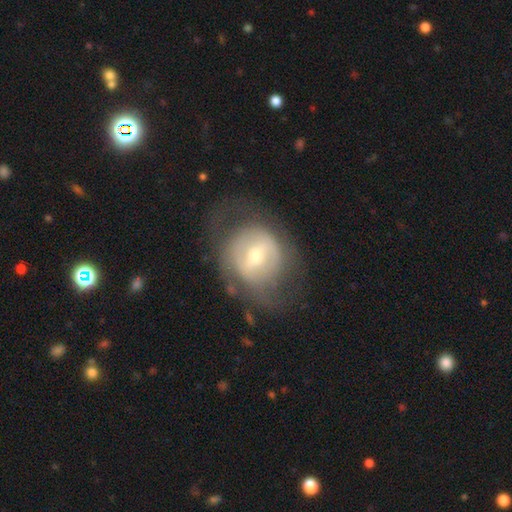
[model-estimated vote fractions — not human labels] smooth-or-featured: featured or disk: 64% | smooth: 28% | star or artifact: 8%
  disk-edge-on: no: 95% | yes: 5%
    bar: weak: 42% | strong: 31% | no: 27%
    has-spiral-arms: no: 55% | yes: 45%
    bulge-size: moderate: 47% (tied) | small: 47% (tied) | large: 4% | dominant: 1% | none: 1%
  merging: none: 61% | minor disturbance: 19% | major disturbance: 18% | merger: 2%